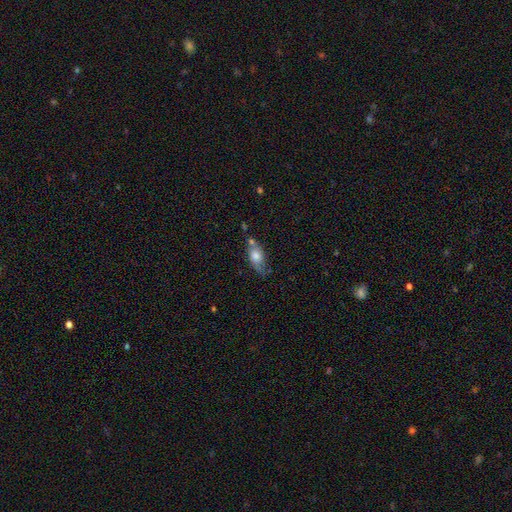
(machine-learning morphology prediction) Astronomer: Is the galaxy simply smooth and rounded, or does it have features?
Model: smooth — 63%.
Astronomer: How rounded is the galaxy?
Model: in between — 78%.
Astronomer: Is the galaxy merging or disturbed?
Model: none — 50%.